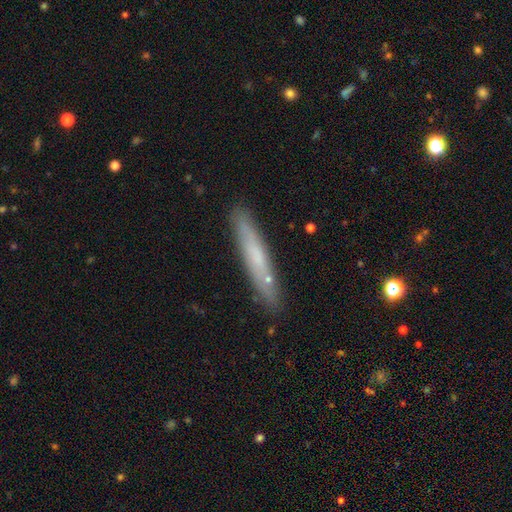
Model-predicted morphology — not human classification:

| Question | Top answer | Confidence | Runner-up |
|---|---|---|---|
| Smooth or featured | smooth | 58% | featured or disk (35%) |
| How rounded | cigar-shaped | 93% | in between (5%) |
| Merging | none | 85% | minor disturbance (11%) |